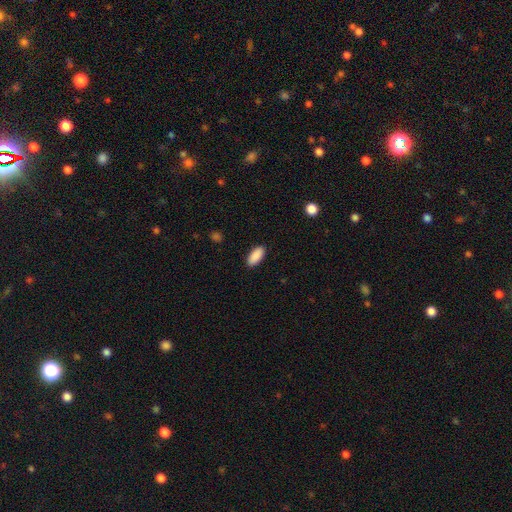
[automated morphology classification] Smooth or featured? smooth (90%)
How rounded? in between (90%)
Merging? none (89%)